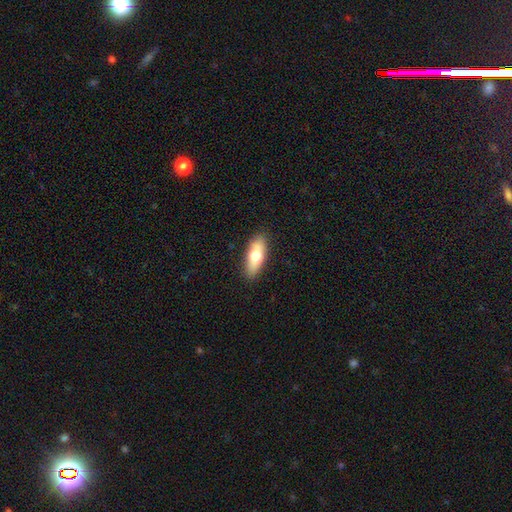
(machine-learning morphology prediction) Smooth or featured?
  - smooth: 67% *
  - featured or disk: 26%
  - star or artifact: 7%
How rounded?
  - in between: 70% *
  - cigar-shaped: 27%
  - round: 3%
Merging?
  - none: 85% *
  - minor disturbance: 11%
  - major disturbance: 3%
  - merger: 1%